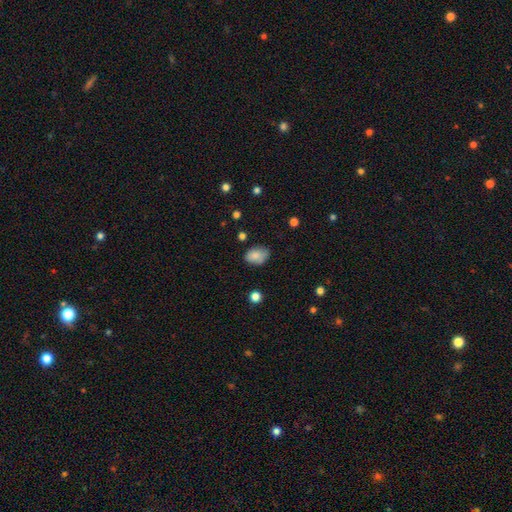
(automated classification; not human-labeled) smooth-or-featured: smooth: 83% | star or artifact: 9% | featured or disk: 8%
  how-rounded: in between: 78% | round: 21% | cigar-shaped: 1%
  merging: none: 61% | minor disturbance: 29% | major disturbance: 7% | merger: 2%